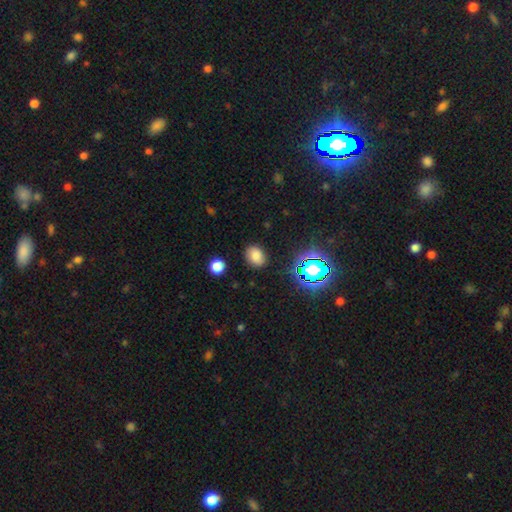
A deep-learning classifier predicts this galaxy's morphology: type=smooth (77%); roundness=in between (62%); merging=none (84%).